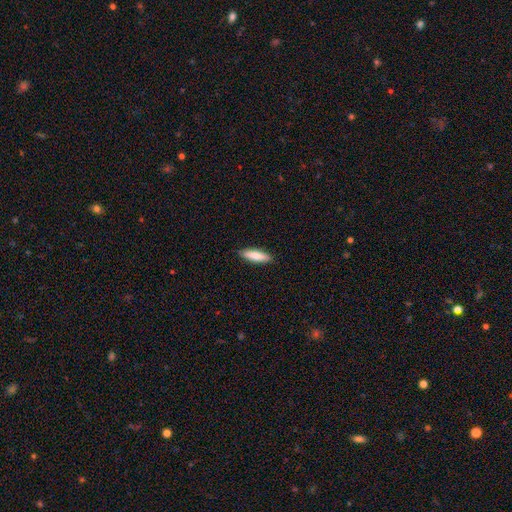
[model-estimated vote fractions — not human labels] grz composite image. It shows a smooth galaxy with no disk features (81%) that is cigar-shaped (63%). Merging: none (90%).